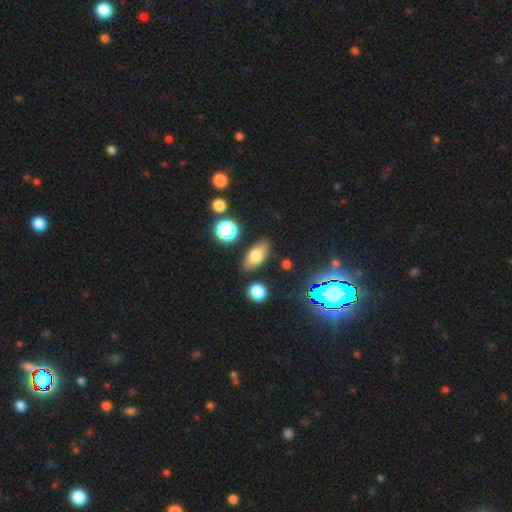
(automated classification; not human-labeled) Smooth or featured? smooth (71%)
How rounded? in between (84%)
Merging? none (82%)